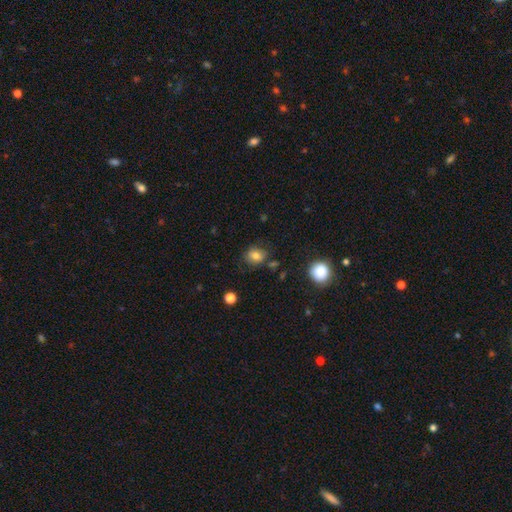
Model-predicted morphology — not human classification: Smooth or featured: smooth — 78% (star or artifact — 12%)
How rounded: round — 65% (in between — 34%)
Merging: none — 72% (minor disturbance — 18%)